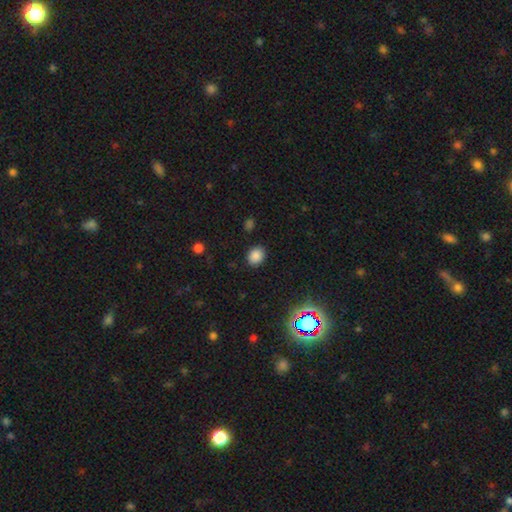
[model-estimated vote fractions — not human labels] A smooth galaxy with no disk features (84%) that is round (51%). Merging: none (86%).